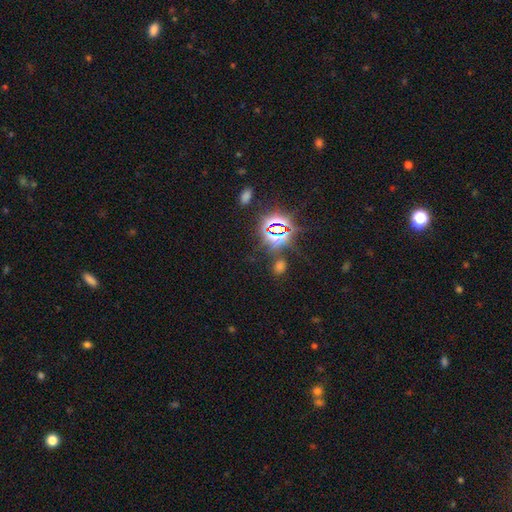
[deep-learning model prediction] This is likely a star or artifact rather than a galaxy (78%).